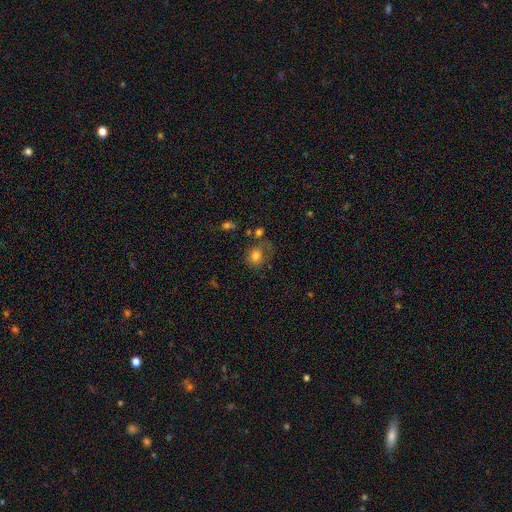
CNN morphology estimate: smooth 78%, star or artifact 12%, featured or disk 11%. Down the decision tree: how rounded — round (65%); merging — none (54%).